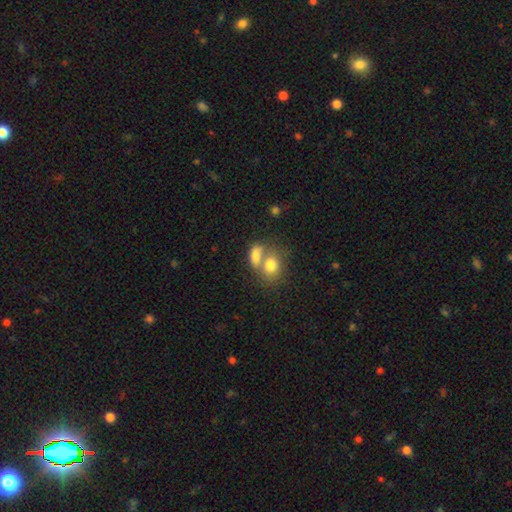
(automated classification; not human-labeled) This is likely a smooth galaxy (79%). How rounded: likely in between (74%). Merging: possibly merger (55%).